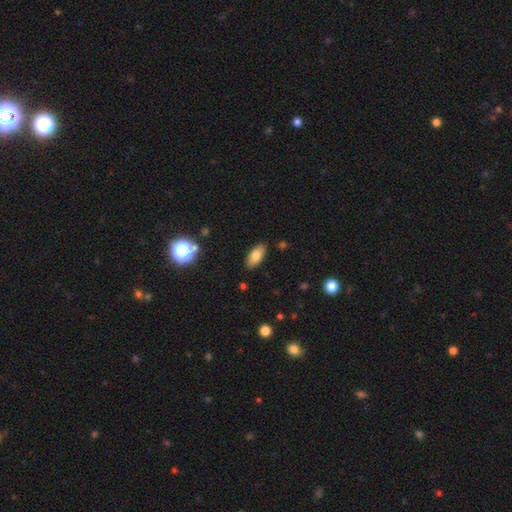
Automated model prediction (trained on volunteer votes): This appears to be a smooth galaxy with no disk features (78%) that is in between round and cigar-shaped (88%). Merging: none (88%).